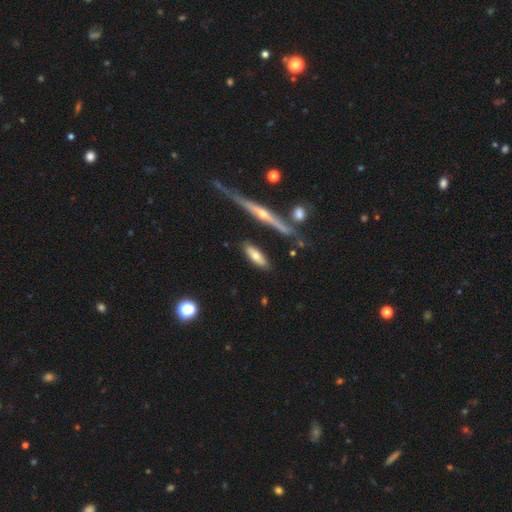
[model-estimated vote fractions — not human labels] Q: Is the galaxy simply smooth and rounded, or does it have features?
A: smooth — 64%.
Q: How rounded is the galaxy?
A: in between — 64%.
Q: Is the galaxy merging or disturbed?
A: none — 77%.